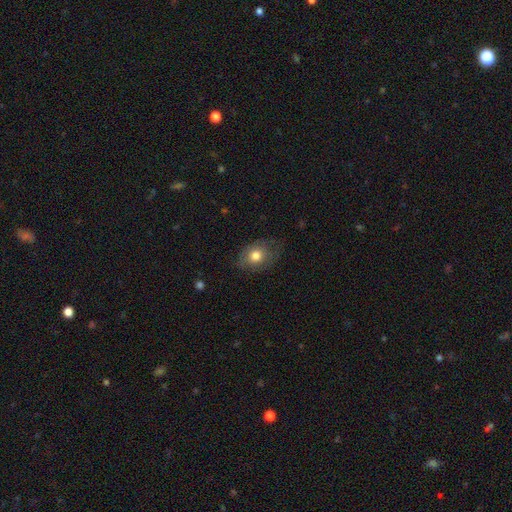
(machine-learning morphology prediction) Overall: smooth (72%). How rounded: in between (68%; round 31%). Merging: none (64%; minor disturbance 25%).